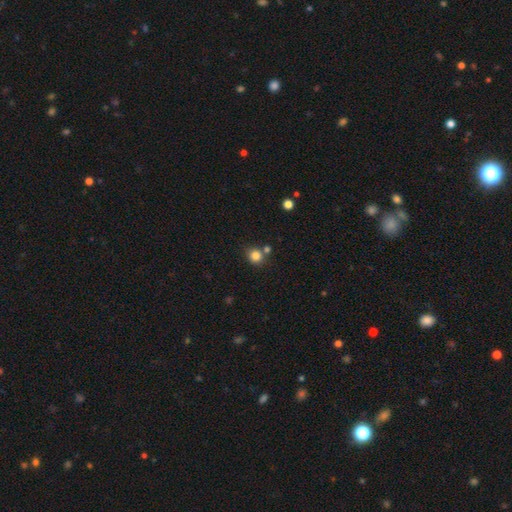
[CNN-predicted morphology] The model was most divided on "merging": none: 68%, merger: 18%, minor disturbance: 11%, major disturbance: 3%. More confident: smooth or featured — smooth (83%); how rounded — round (81%).